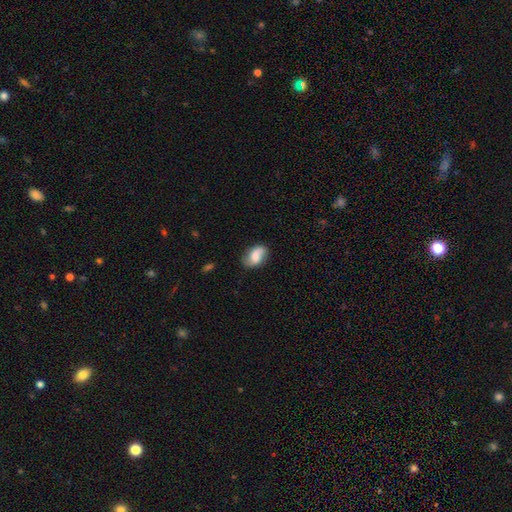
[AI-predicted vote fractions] Overall: smooth (51%; featured or disk 41%). How rounded: in between (85%). Merging: none (72%).